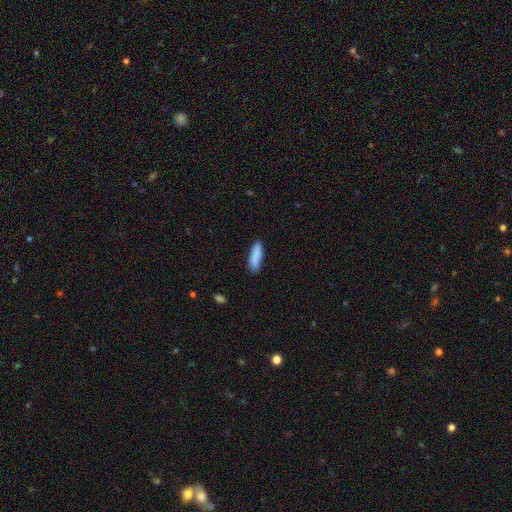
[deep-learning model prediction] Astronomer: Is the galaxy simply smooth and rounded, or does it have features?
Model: smooth — 89%.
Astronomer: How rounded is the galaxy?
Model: cigar-shaped — 61% (runner-up: in between, 38%).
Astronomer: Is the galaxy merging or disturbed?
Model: none — 85%.